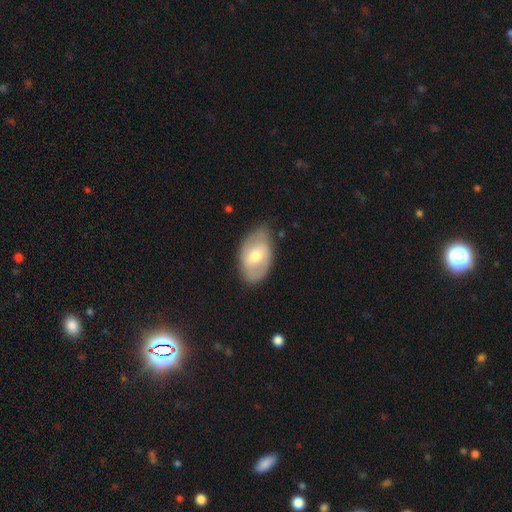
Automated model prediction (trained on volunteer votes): Overall: smooth (52%; featured or disk 42%). How rounded: in between (91%). Merging: none (67%).